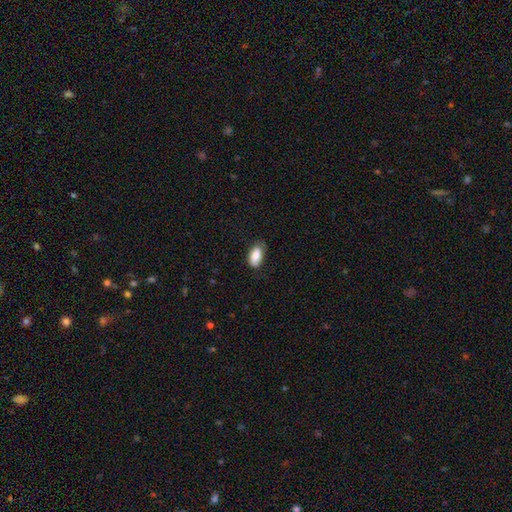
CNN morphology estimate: A smooth galaxy with no disk features (84%) that is in between round and cigar-shaped (92%). Merging: none (70%).